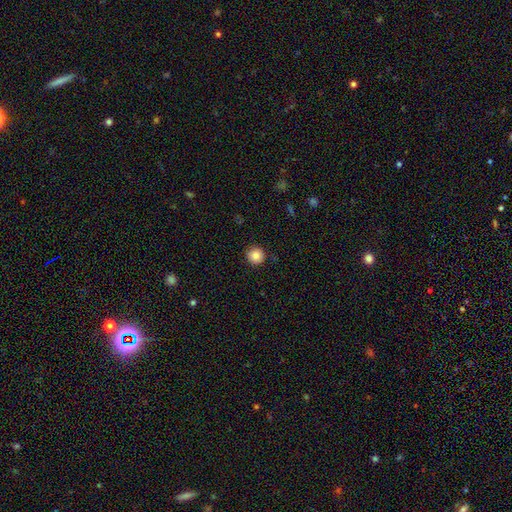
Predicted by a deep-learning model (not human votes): Smooth or featured? smooth (87%)
How rounded? round (94%)
Merging? none (90%)